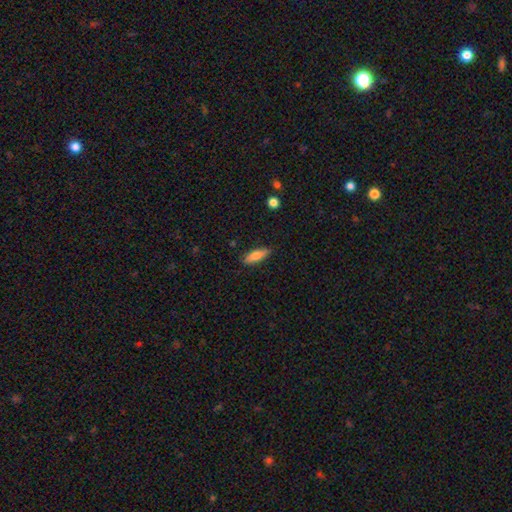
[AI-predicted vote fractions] Q: Smooth or featured?
A: smooth (76%); runner-up: featured or disk (18%)
Q: How rounded?
A: in between (56%); runner-up: cigar-shaped (42%)
Q: Merging?
A: none (84%); runner-up: minor disturbance (12%)